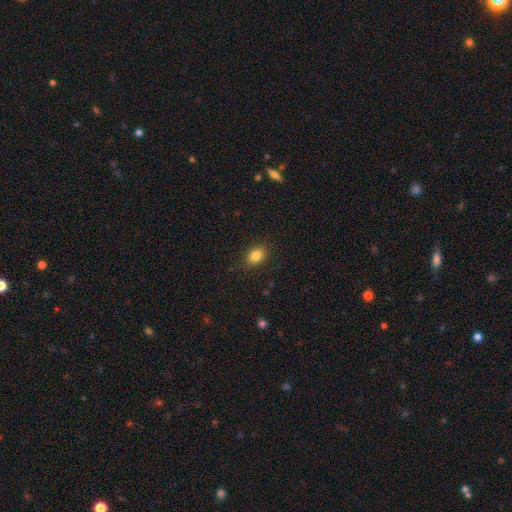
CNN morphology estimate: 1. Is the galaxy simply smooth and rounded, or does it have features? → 84% smooth, 10% star or artifact, 6% featured or disk.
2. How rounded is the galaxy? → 64% in between, 35% round, 1% cigar-shaped.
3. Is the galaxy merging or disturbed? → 88% none, 9% minor disturbance, 2% major disturbance, 1% merger.